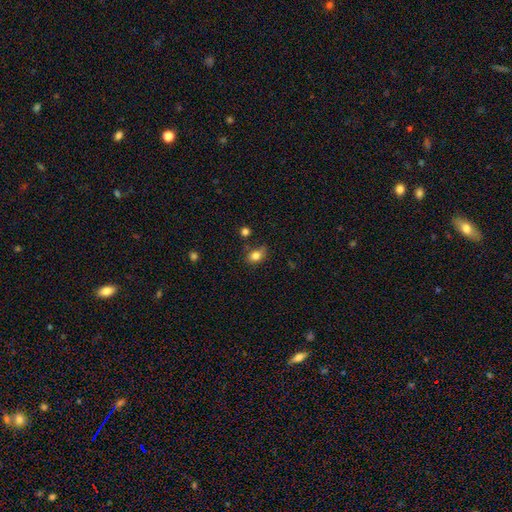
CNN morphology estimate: type=smooth (82%); roundness=in between (69%); merging=none (62%).